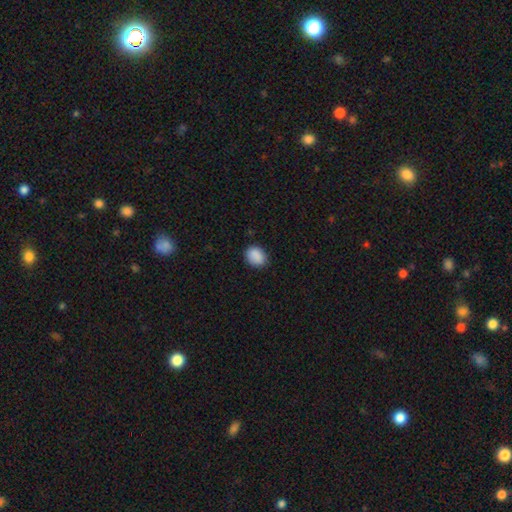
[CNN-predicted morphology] smooth 89%, star or artifact 8%, featured or disk 3%. Down the decision tree: how rounded — in between (54%); merging — none (84%).